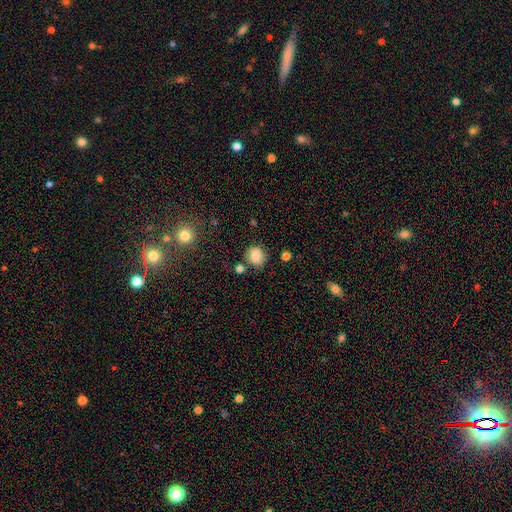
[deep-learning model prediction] Smooth or featured? smooth (80%)
How rounded? round (81%)
Merging? none (76%)